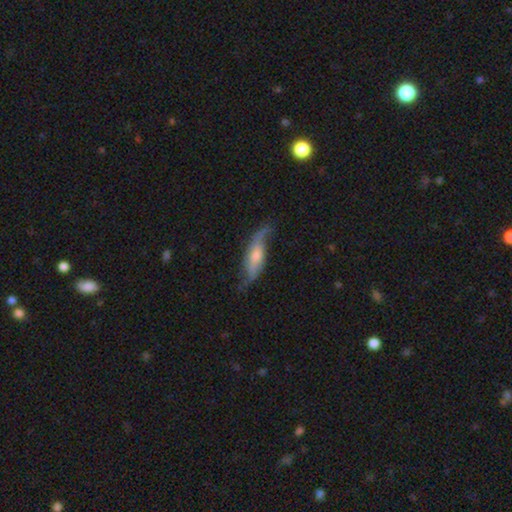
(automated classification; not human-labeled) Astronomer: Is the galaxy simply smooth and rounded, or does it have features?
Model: featured or disk — 66%.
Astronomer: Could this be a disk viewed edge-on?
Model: no — 67%.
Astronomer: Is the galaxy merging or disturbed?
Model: none — 56%.